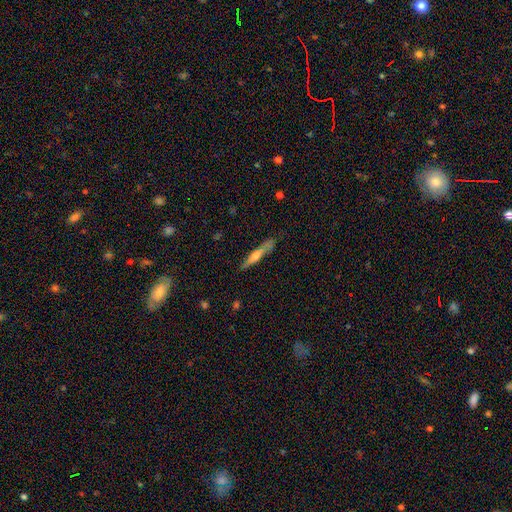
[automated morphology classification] smooth_or_featured: featured or disk (p=0.53) [alt: smooth p=0.41]
disk_edge_on: yes (p=0.91) [alt: no p=0.09]
merging: none (p=0.72) [alt: minor disturbance p=0.19]